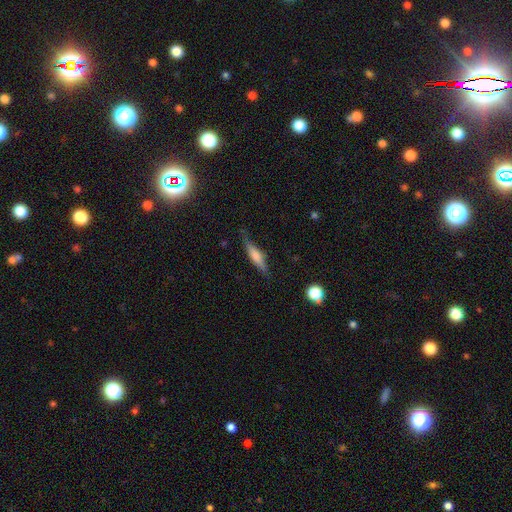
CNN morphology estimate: A smooth galaxy with no disk features (48%). Merging: none (79%).